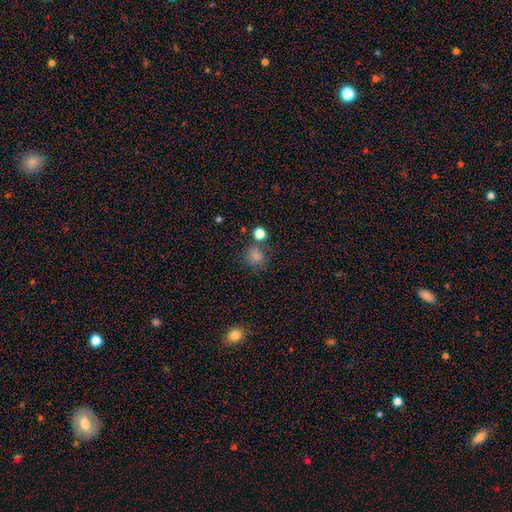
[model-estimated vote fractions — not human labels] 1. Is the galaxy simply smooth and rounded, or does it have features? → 78% smooth, 15% star or artifact, 7% featured or disk.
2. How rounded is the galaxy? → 79% round, 20% in between, 1% cigar-shaped.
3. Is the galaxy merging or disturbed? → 66% none, 15% minor disturbance, 13% merger, 6% major disturbance.